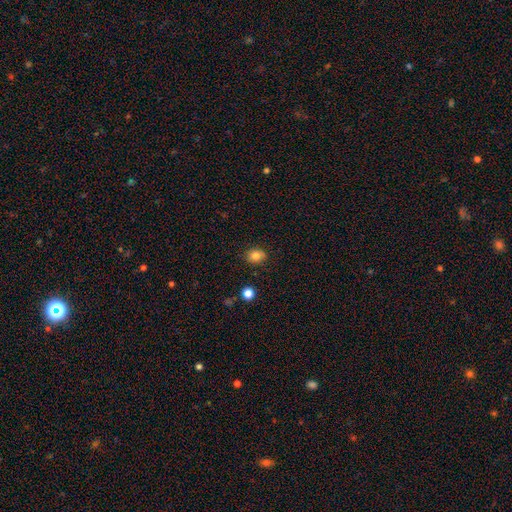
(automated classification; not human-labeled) This is clearly a smooth galaxy (82%). How rounded: likely round (62%). Merging: clearly none (81%).